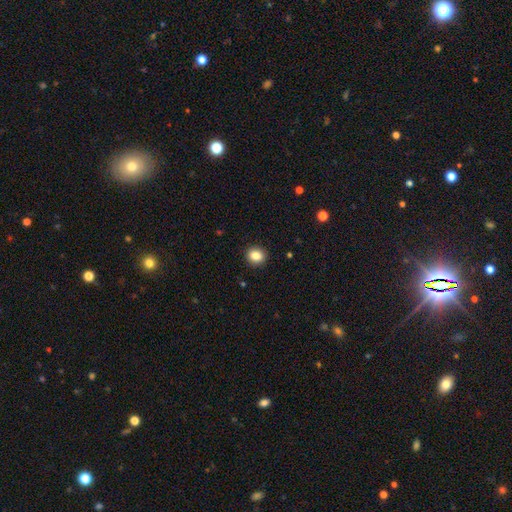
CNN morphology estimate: smooth-or-featured: smooth: 85% | star or artifact: 10% | featured or disk: 5%
  how-rounded: round: 74% | in between: 26% | cigar-shaped: 1%
  merging: none: 92% | minor disturbance: 6% | major disturbance: 2% | merger: 1%